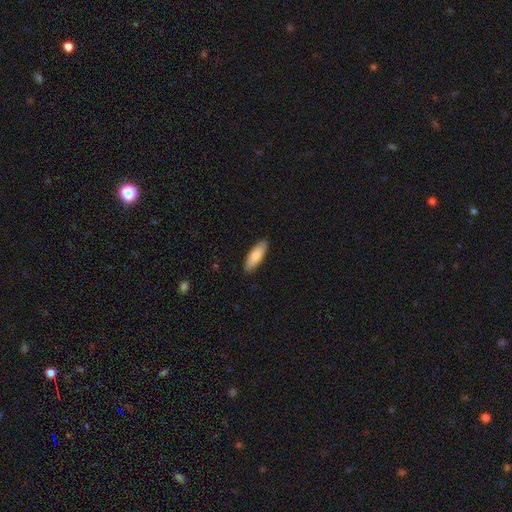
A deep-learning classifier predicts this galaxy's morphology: Smooth or featured: smooth — 83% (featured or disk — 12%)
How rounded: in between — 59% (cigar-shaped — 40%)
Merging: none — 89% (minor disturbance — 8%)